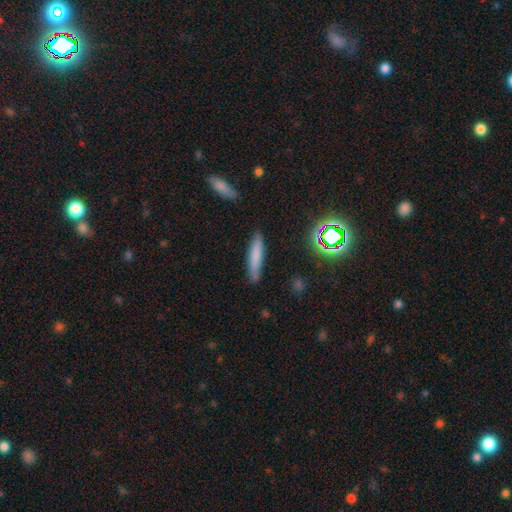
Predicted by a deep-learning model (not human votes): Smooth or featured? smooth (74%)
How rounded? cigar-shaped (86%)
Merging? none (85%)